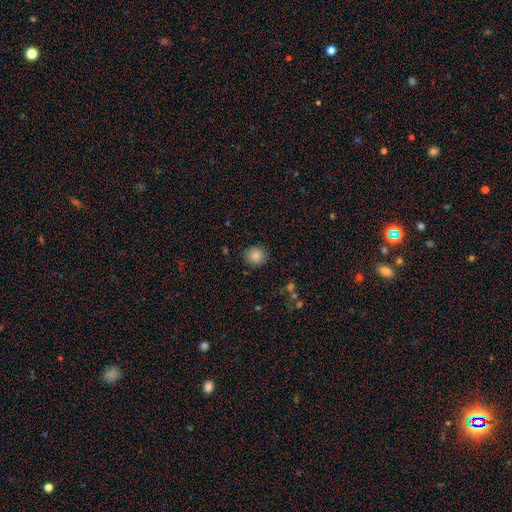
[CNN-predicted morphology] smooth 84%, star or artifact 10%, featured or disk 7%. Down the decision tree: how rounded — round (87%); merging — none (87%).